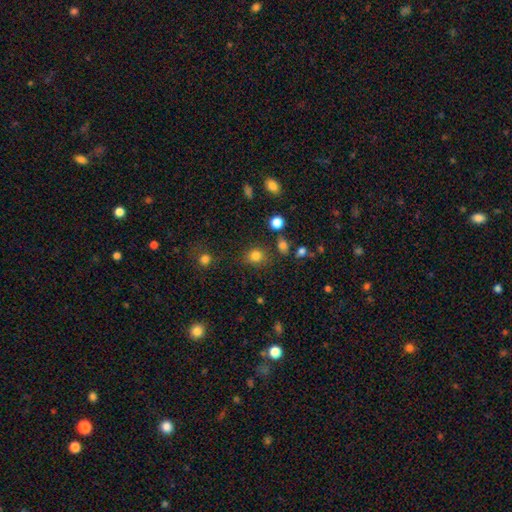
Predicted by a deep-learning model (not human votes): Morphology: type=smooth (81%); roundness=round (73%); merging=none (76%).